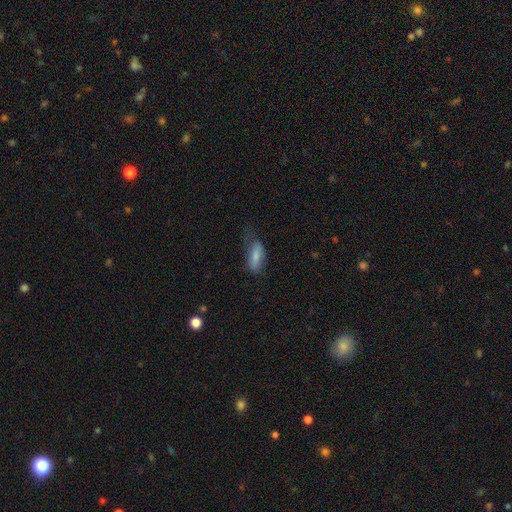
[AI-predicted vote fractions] The model was most divided on "merging": none: 43%, minor disturbance: 33%, major disturbance: 22%, merger: 2%. More confident: how rounded — in between (79%); smooth or featured — smooth (74%).